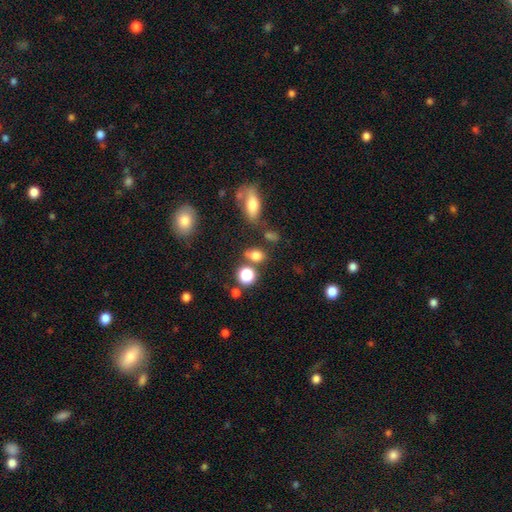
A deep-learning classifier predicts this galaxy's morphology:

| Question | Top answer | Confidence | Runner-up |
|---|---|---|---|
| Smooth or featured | smooth | 74% | star or artifact (17%) |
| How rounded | in between | 55% | round (42%) |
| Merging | none | 65% | merger (18%) |